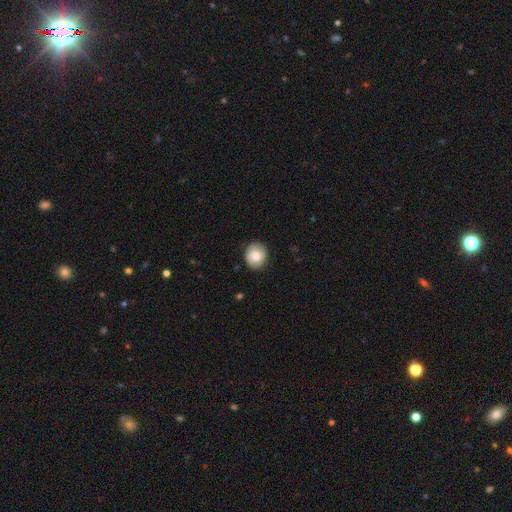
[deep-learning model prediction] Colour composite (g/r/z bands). It shows a smooth galaxy with no disk features (77%) that is round (79%). Merging: none (85%).